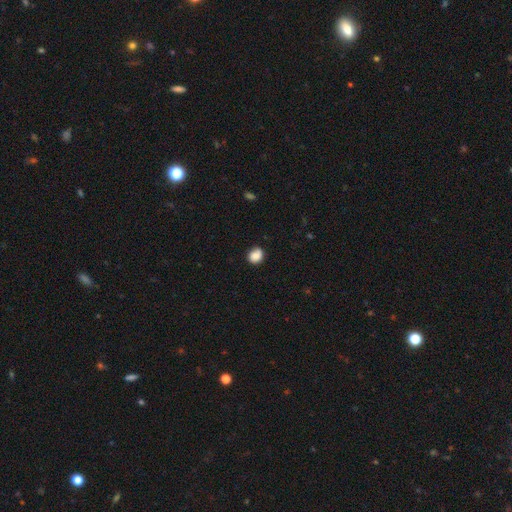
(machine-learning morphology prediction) Smooth or featured?
  - smooth: 84% *
  - star or artifact: 9%
  - featured or disk: 7%
How rounded?
  - round: 63% *
  - in between: 36%
  - cigar-shaped: 1%
Merging?
  - none: 72% *
  - minor disturbance: 21%
  - major disturbance: 5%
  - merger: 3%